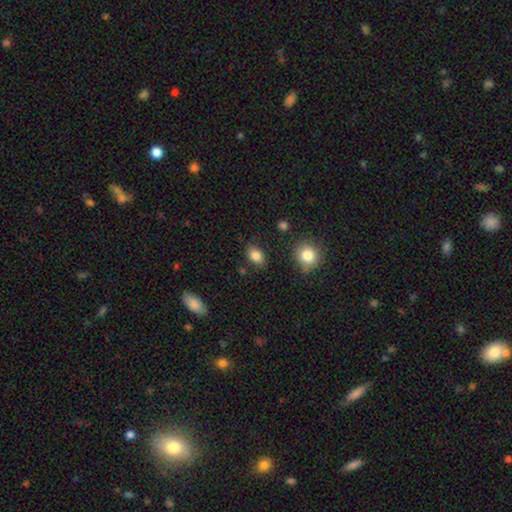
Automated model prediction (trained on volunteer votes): Smooth or featured?
  - smooth: 85% *
  - star or artifact: 9%
  - featured or disk: 6%
How rounded?
  - in between: 78% *
  - round: 20%
  - cigar-shaped: 1%
Merging?
  - none: 83% *
  - minor disturbance: 12%
  - major disturbance: 3%
  - merger: 3%